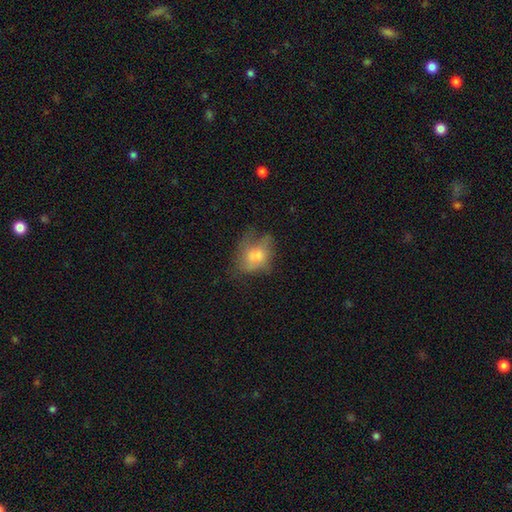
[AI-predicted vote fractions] A smooth galaxy with no disk features (58%) that is in between round and cigar-shaped (64%).

Vote fractions:
- Smooth or featured? smooth: 58% / featured or disk: 31% / star or artifact: 11%
- How rounded? in between: 64% / round: 34% / cigar-shaped: 2%
- Merging? none: 39% / major disturbance: 30% / minor disturbance: 29% / merger: 3%